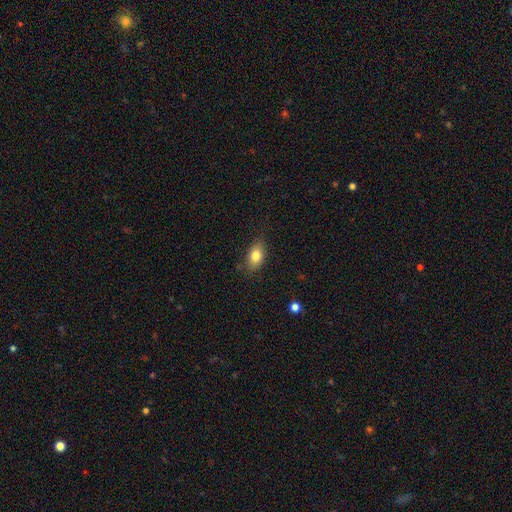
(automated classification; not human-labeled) The model was most divided on "merging": none: 81%, minor disturbance: 14%, major disturbance: 3%, merger: 1%. More confident: how rounded — in between (86%); smooth or featured — smooth (81%).